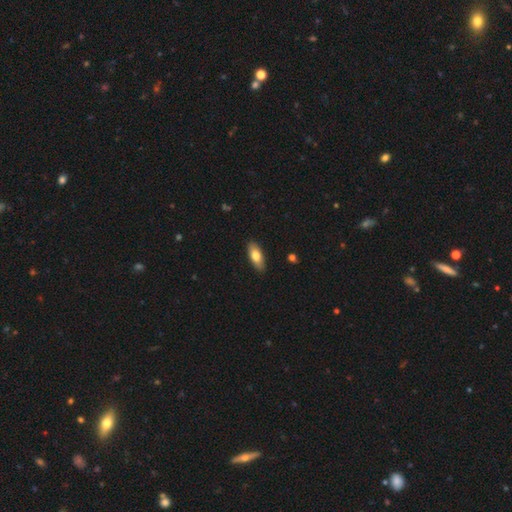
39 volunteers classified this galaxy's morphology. A smooth galaxy with no disk features (82%) that is in between round and cigar-shaped (75%). Merging: none (85%).